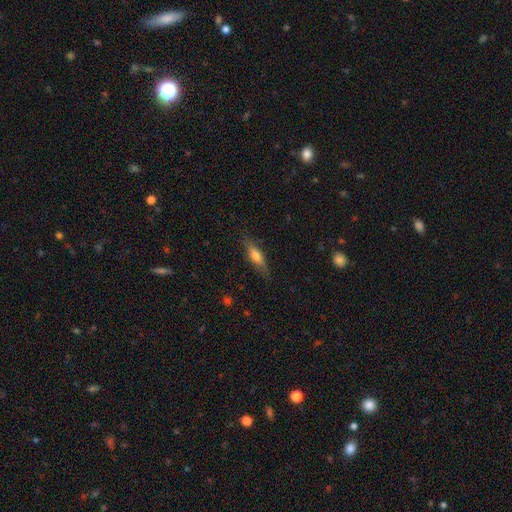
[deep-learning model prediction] This is possibly a smooth galaxy (56%). How rounded: likely cigar-shaped (63%). Merging: clearly none (82%).